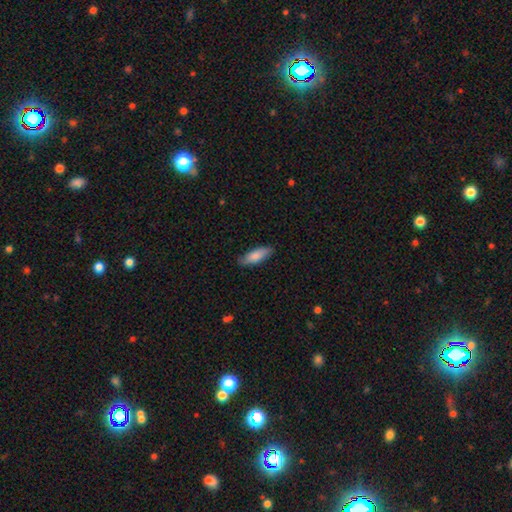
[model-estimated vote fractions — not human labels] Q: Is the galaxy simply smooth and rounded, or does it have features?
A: smooth — 82%.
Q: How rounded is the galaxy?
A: in between — 62%.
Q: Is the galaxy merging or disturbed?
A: none — 85%.